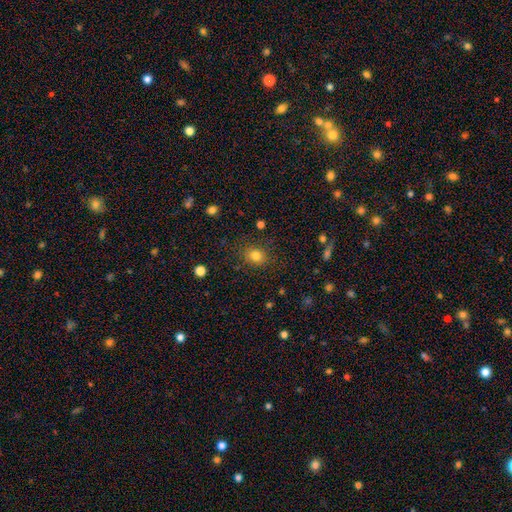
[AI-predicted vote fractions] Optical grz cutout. It shows a smooth galaxy with no disk features (81%) that is round (59%). Merging: none (83%).